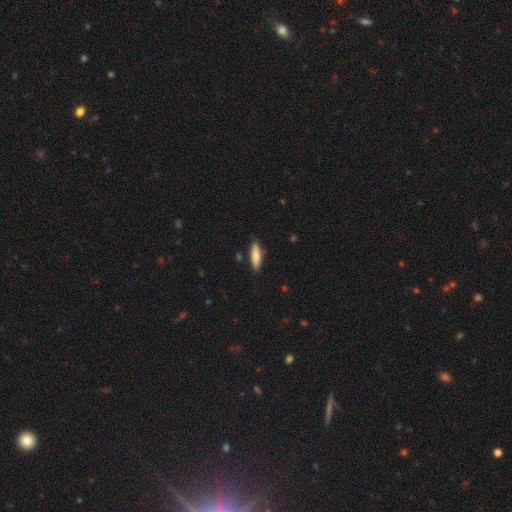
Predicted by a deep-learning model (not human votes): The model was most divided on "how rounded": cigar-shaped: 65%, in between: 33%, round: 2%. More confident: merging — none (86%); smooth or featured — smooth (80%).